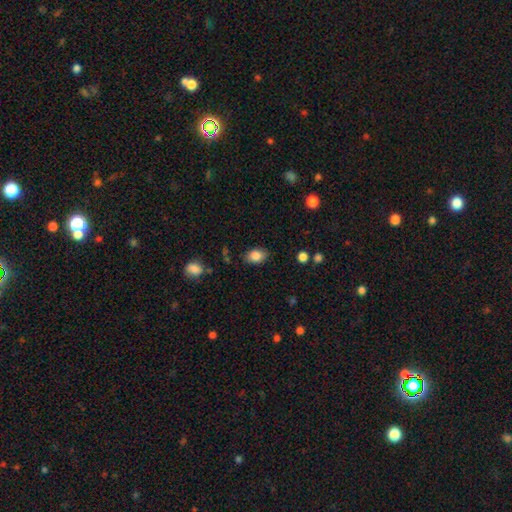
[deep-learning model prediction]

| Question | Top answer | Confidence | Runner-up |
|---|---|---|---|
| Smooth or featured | smooth | 85% | star or artifact (9%) |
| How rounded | in between | 79% | round (20%) |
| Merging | none | 82% | minor disturbance (13%) |